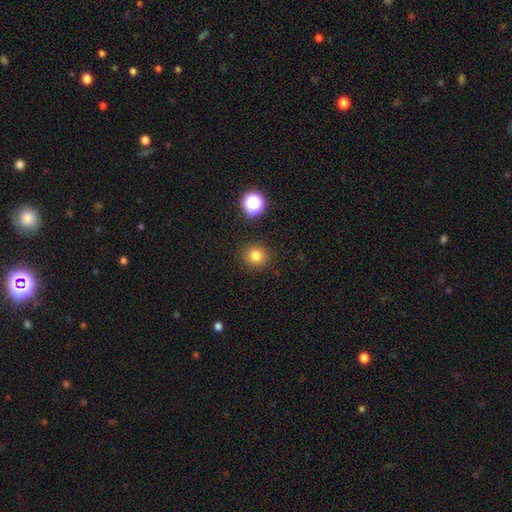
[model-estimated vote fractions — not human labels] Q: Smooth or featured?
A: smooth (80%); runner-up: star or artifact (14%)
Q: How rounded?
A: round (91%); runner-up: in between (8%)
Q: Merging?
A: none (90%); runner-up: minor disturbance (6%)